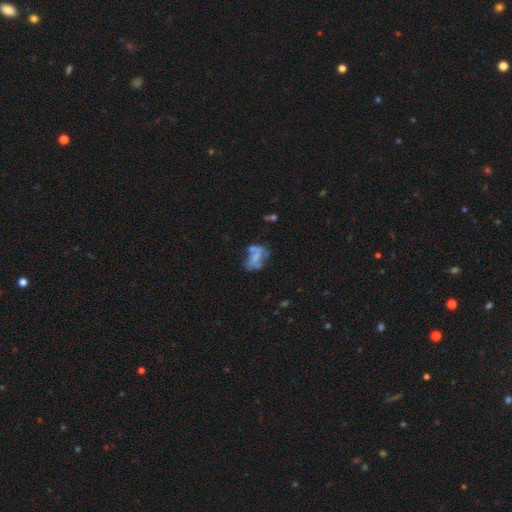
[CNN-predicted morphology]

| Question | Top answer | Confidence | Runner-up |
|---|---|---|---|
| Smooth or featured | featured or disk | 49% | smooth (39%) |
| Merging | none | 31% | merger (25%) |